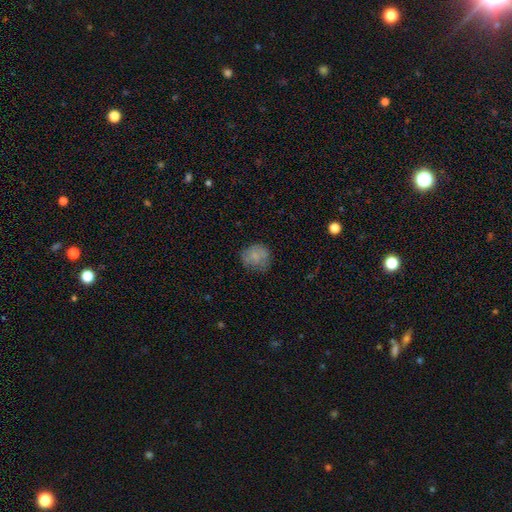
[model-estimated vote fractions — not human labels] smooth 68%, featured or disk 22%, star or artifact 10%. Down the decision tree: how rounded — round (79%); merging — none (67%).